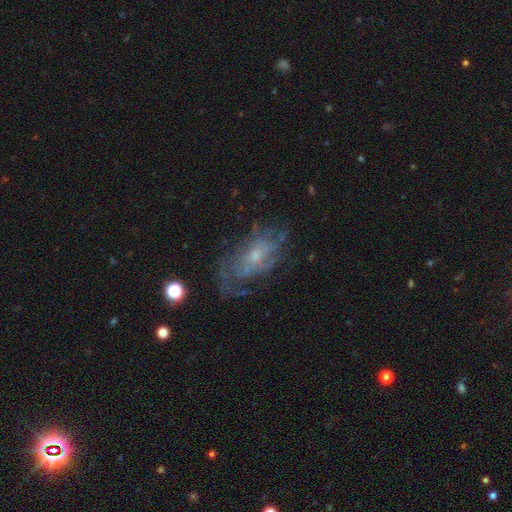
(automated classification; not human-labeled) Smooth or featured?
  - featured or disk: 69% *
  - smooth: 21%
  - star or artifact: 10%
Edge-on disk?
  - no: 94% *
  - yes: 6%
Bar?
  - no: 76% *
  - weak: 21%
  - strong: 3%
Spiral arms?
  - yes: 67% *
  - no: 33%
Bulge size?
  - small: 60% *
  - moderate: 31%
  - none: 6%
  - large: 2%
  - dominant: 1%
Merging?
  - none: 52% *
  - major disturbance: 23%
  - minor disturbance: 23%
  - merger: 3%